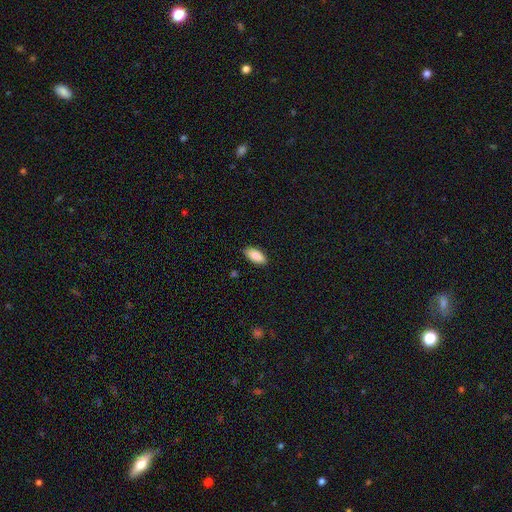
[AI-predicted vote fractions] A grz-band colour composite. It shows a smooth galaxy with no disk features (88%) that is in between round and cigar-shaped (90%). Merging: none (88%).